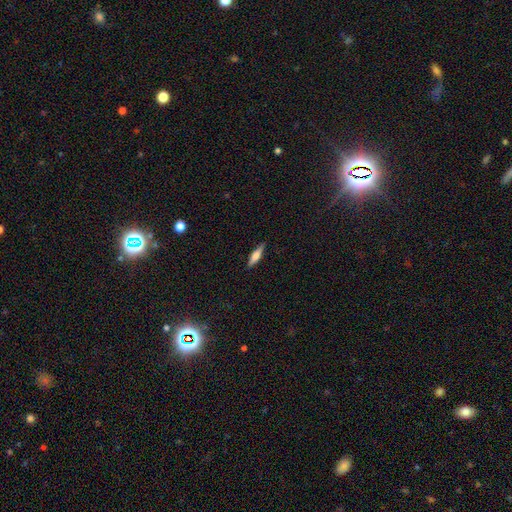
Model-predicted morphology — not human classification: A featured or disk galaxy (50%) viewed edge-on (96%).

Vote fractions:
- Smooth or featured? featured or disk: 50% / smooth: 43% / star or artifact: 6%
- Edge-on disk? yes: 96% / no: 4%
- Merging? none: 89% / minor disturbance: 8% / major disturbance: 2% / merger: 1%